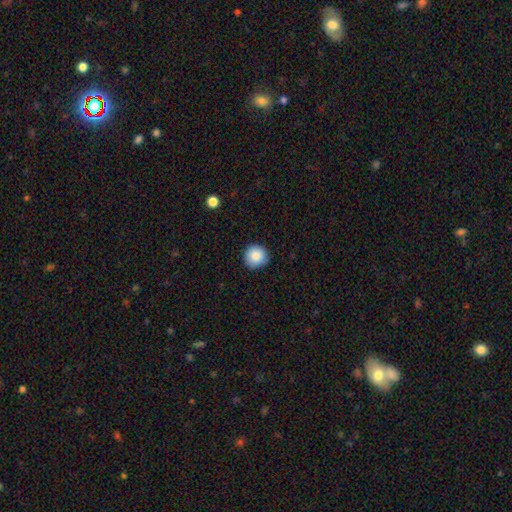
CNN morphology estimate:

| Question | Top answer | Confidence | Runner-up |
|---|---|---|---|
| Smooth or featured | smooth | 88% | star or artifact (8%) |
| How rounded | round | 94% | in between (5%) |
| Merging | none | 88% | minor disturbance (9%) |